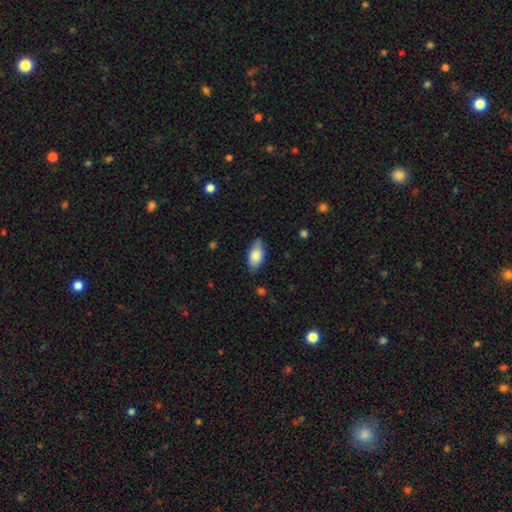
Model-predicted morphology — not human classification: Smooth or featured? Predicted: smooth (p=0.81). How rounded? Predicted: in between (p=0.92). Merging? Predicted: none (p=0.78).